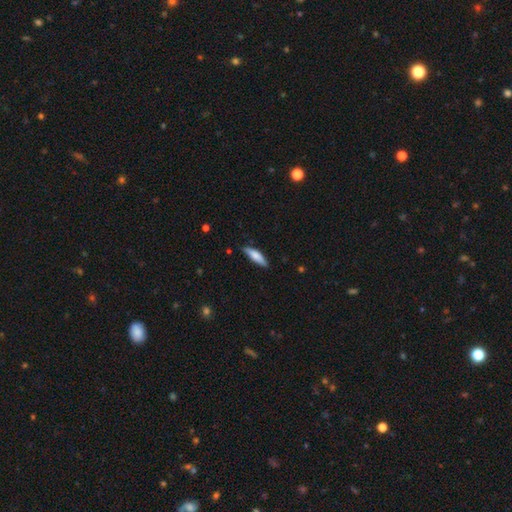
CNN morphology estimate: Overall: smooth (73%). How rounded: cigar-shaped (64%; in between 34%). Merging: none (79%).